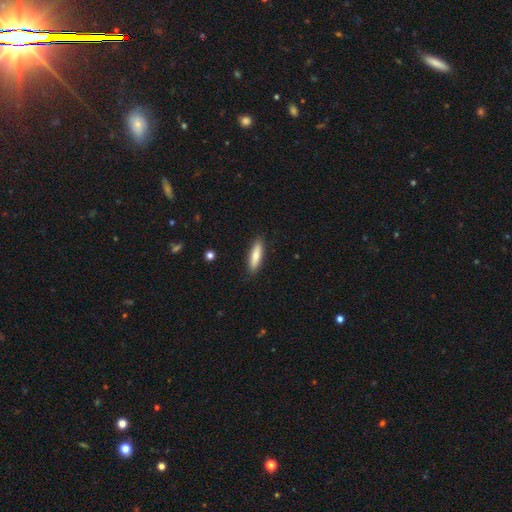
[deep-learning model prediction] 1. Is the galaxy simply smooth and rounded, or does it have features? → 77% smooth, 17% featured or disk, 6% star or artifact.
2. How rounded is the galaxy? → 65% cigar-shaped, 33% in between, 2% round.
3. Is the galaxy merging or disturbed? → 89% none, 9% minor disturbance, 2% major disturbance, 1% merger.